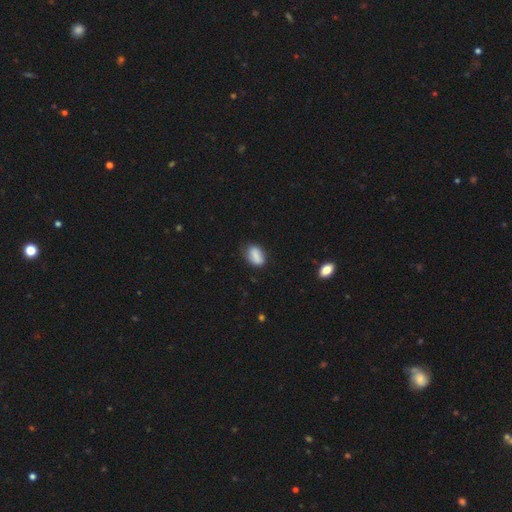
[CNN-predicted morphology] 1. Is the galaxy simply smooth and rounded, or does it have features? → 81% smooth, 11% featured or disk, 8% star or artifact.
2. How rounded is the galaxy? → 87% in between, 9% round, 4% cigar-shaped.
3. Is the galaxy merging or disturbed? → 66% none, 26% minor disturbance, 5% major disturbance, 2% merger.